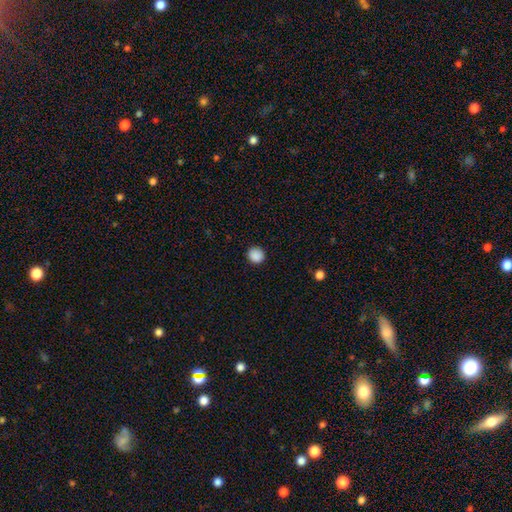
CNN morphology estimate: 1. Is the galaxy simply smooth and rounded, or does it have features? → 88% smooth, 9% star or artifact, 2% featured or disk.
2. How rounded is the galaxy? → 89% round, 10% in between, 1% cigar-shaped.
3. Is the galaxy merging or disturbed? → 91% none, 6% minor disturbance, 2% major disturbance, 1% merger.